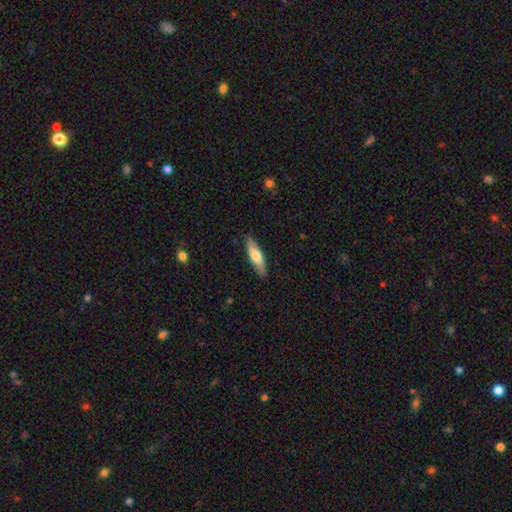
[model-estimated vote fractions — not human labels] Morphology: type=smooth (66%); roundness=cigar-shaped (63%); merging=none (87%).